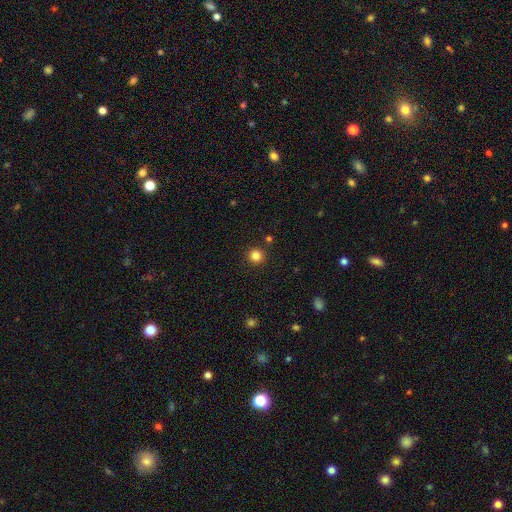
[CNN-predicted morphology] Overall: smooth (84%). How rounded: round (95%). Merging: none (91%).